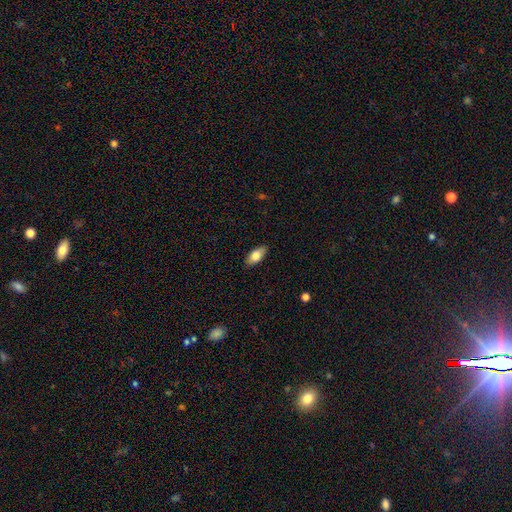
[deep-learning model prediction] A smooth galaxy with no disk features (76%) that is in between round and cigar-shaped (87%). Merging: none (87%).